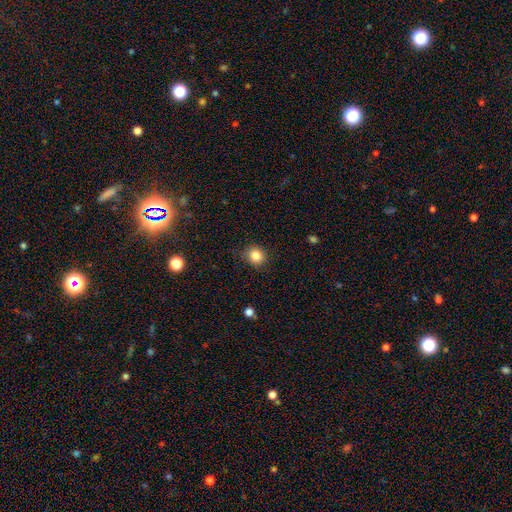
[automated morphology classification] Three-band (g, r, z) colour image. It shows a smooth galaxy with no disk features (84%) that is round (87%). Merging: none (84%).